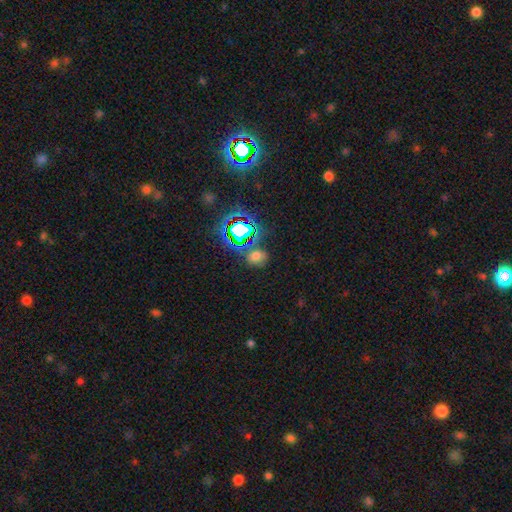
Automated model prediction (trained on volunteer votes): This appears to be a smooth galaxy with no disk features (52%) that is round (55%). Merging: none (72%).